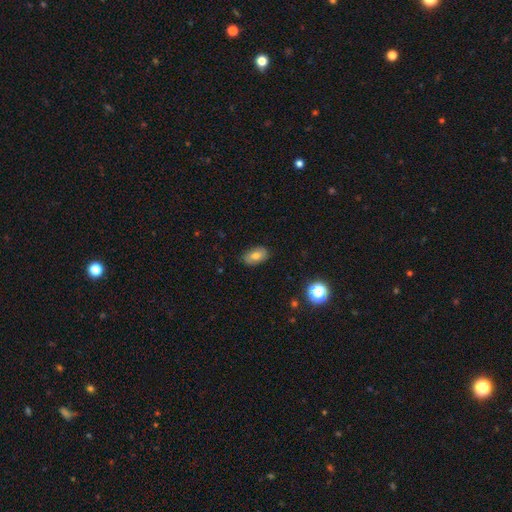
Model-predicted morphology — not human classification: This is likely a smooth galaxy (73%). How rounded: clearly in between (90%). Merging: clearly none (85%).